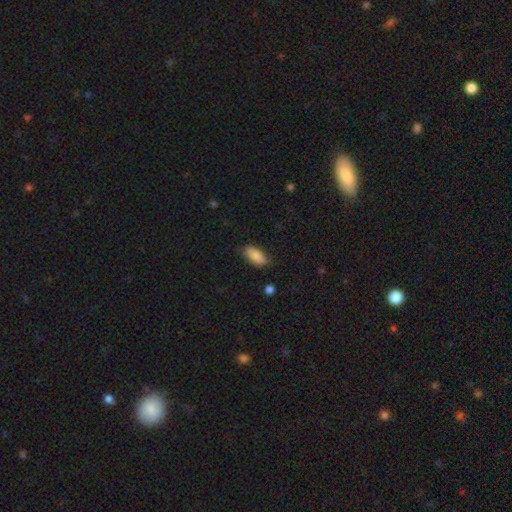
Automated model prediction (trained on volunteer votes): The model was most divided on "merging": none: 81%, minor disturbance: 14%, major disturbance: 3%, merger: 1%. More confident: smooth or featured — smooth (87%); how rounded — in between (86%).